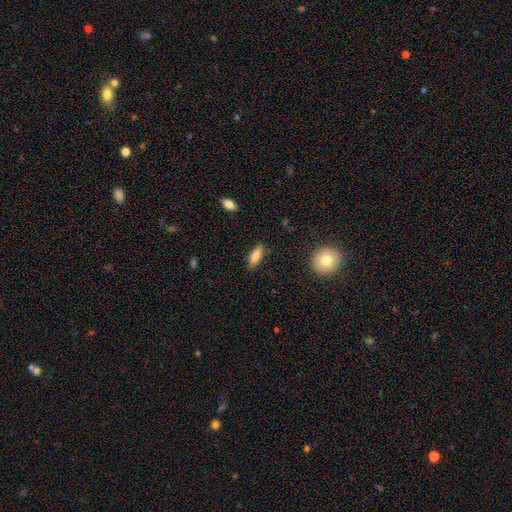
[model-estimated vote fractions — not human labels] smooth 79%, featured or disk 14%, star or artifact 7%. Down the decision tree: how rounded — in between (61%); merging — none (84%).